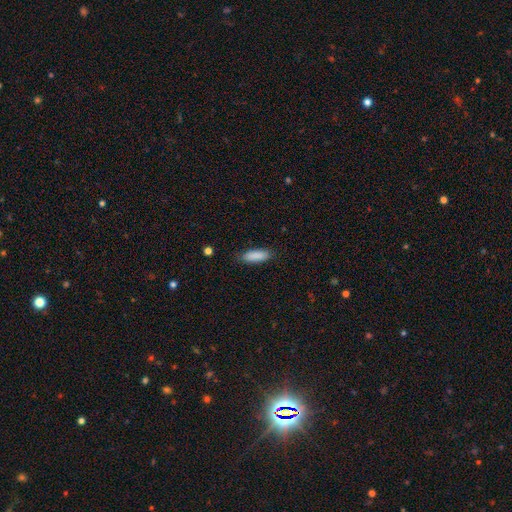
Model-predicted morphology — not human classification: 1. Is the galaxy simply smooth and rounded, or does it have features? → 89% smooth, 6% star or artifact, 5% featured or disk.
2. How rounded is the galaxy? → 59% in between, 39% cigar-shaped, 2% round.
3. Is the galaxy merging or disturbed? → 85% none, 11% minor disturbance, 2% major disturbance, 1% merger.